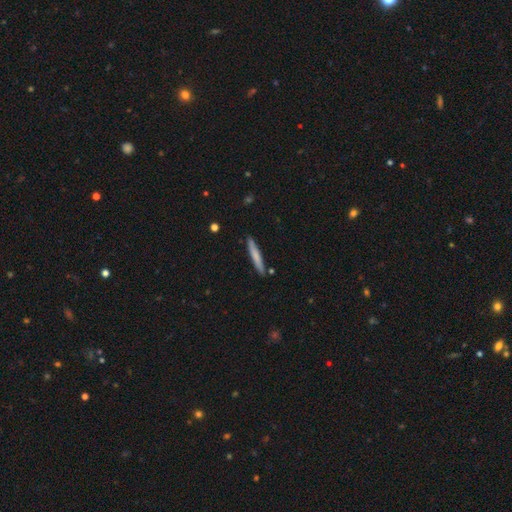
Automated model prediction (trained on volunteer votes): smooth_or_featured: smooth (p=0.69) [alt: featured or disk p=0.26]
how_rounded: cigar-shaped (p=0.95) [alt: in between p=0.04]
merging: none (p=0.87) [alt: minor disturbance p=0.09]